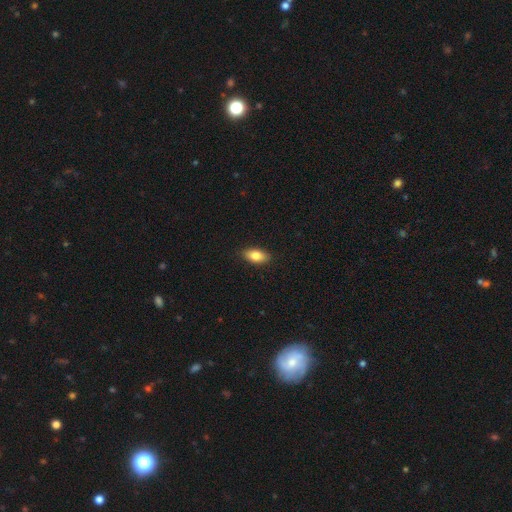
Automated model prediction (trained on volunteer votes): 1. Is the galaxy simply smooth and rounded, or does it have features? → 83% smooth, 10% featured or disk, 7% star or artifact.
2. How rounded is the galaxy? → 90% in between, 6% cigar-shaped, 5% round.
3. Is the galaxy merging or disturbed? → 88% none, 9% minor disturbance, 2% major disturbance, 1% merger.